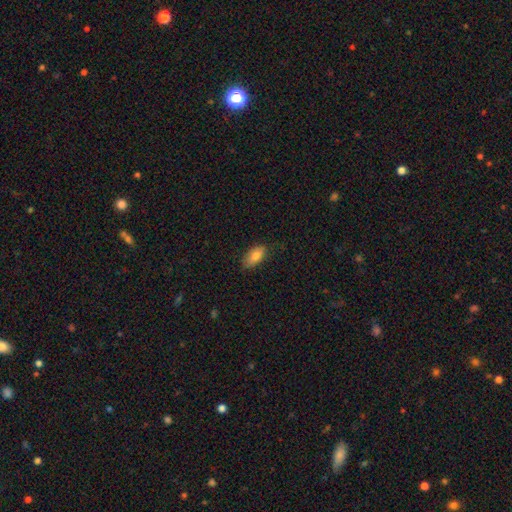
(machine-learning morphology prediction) This appears to be a smooth galaxy with no disk features (79%) that is in between round and cigar-shaped (91%). Merging: none (77%).